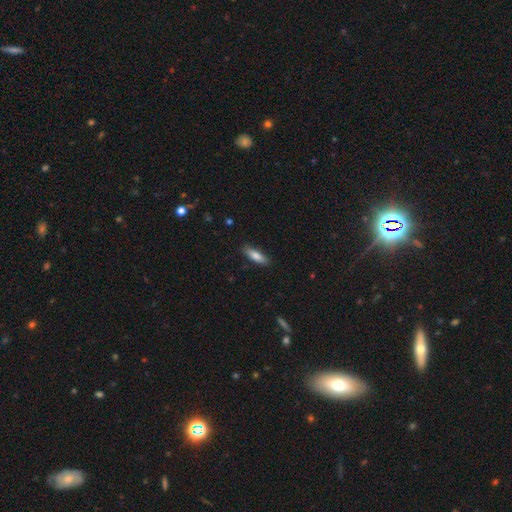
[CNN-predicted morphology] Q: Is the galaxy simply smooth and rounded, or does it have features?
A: smooth — 80%.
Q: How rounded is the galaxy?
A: cigar-shaped — 50%.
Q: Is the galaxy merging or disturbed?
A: none — 85%.